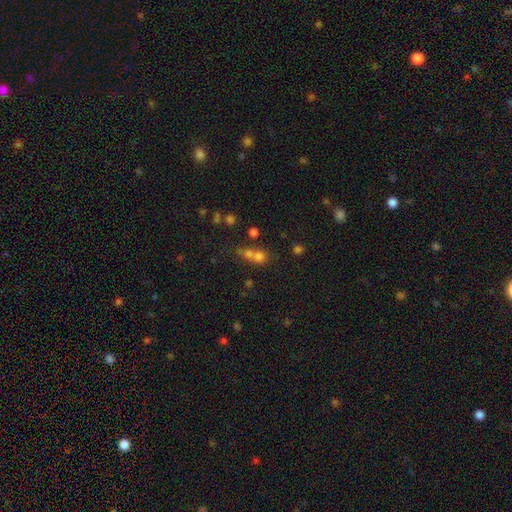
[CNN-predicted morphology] This is likely a smooth galaxy (67%). How rounded: likely round (79%). Merging: possibly merger (53%).